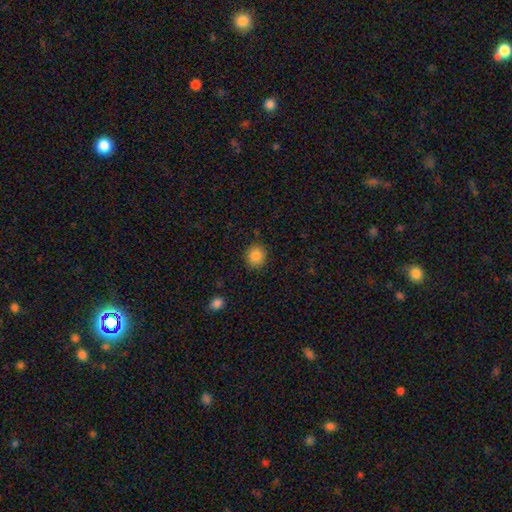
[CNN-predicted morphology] Overall: smooth (85%). How rounded: round (84%). Merging: none (88%).